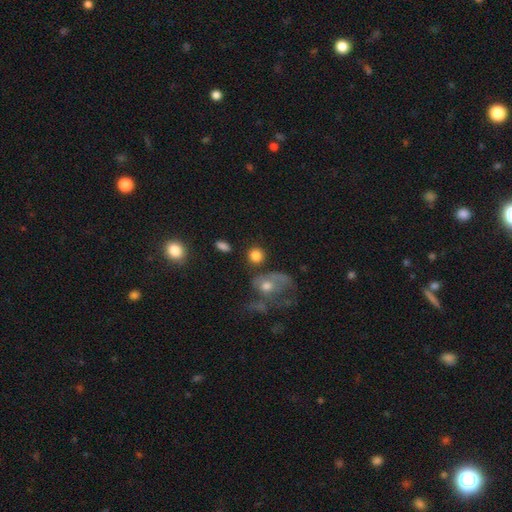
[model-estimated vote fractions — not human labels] A smooth galaxy with no disk features (81%) that is round (83%).

Vote fractions:
- Smooth or featured? smooth: 81% / featured or disk: 10% / star or artifact: 9%
- How rounded? round: 83% / in between: 15% / cigar-shaped: 2%
- Merging? none: 69% / merger: 12% / minor disturbance: 12% / major disturbance: 7%